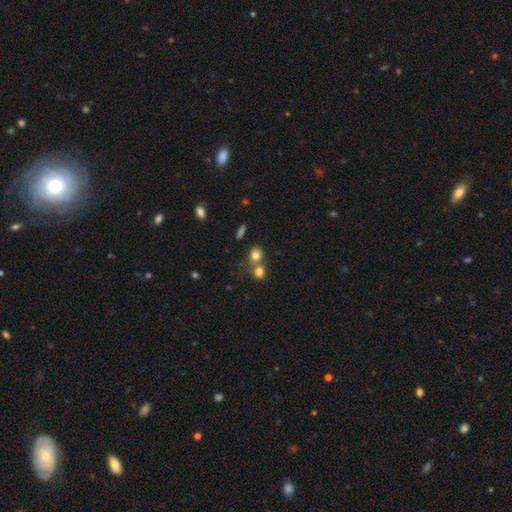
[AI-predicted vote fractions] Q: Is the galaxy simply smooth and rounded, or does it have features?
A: smooth — 78%.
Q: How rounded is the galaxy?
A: round — 77%.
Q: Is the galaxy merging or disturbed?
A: none — 47%.